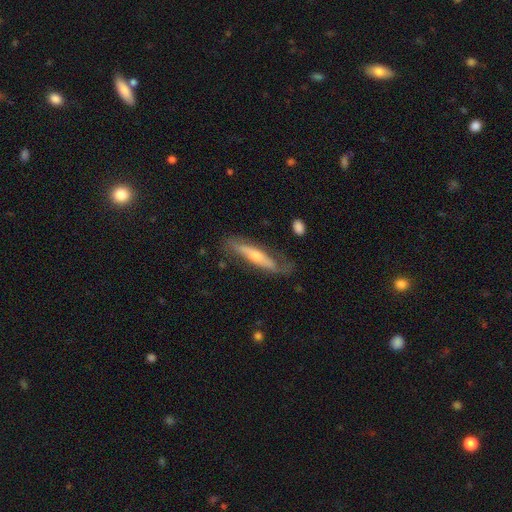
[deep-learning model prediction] Smooth or featured: featured or disk — 63% (smooth — 32%)
Edge-on disk: yes — 65% (no — 35%)
Merging: none — 61% (minor disturbance — 24%)